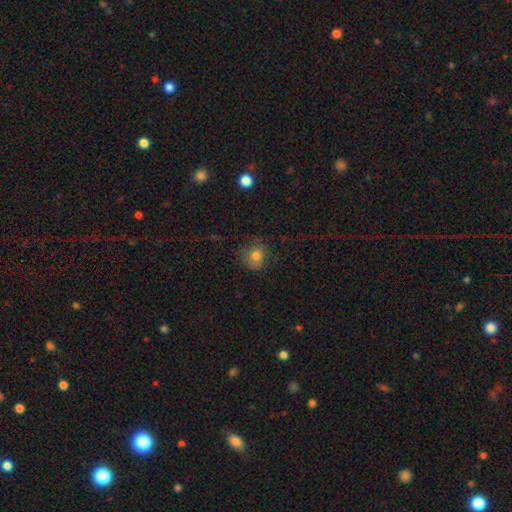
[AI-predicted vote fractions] Q: Smooth or featured?
A: smooth (76%); runner-up: star or artifact (13%)
Q: How rounded?
A: round (83%); runner-up: in between (16%)
Q: Merging?
A: none (73%); runner-up: minor disturbance (18%)